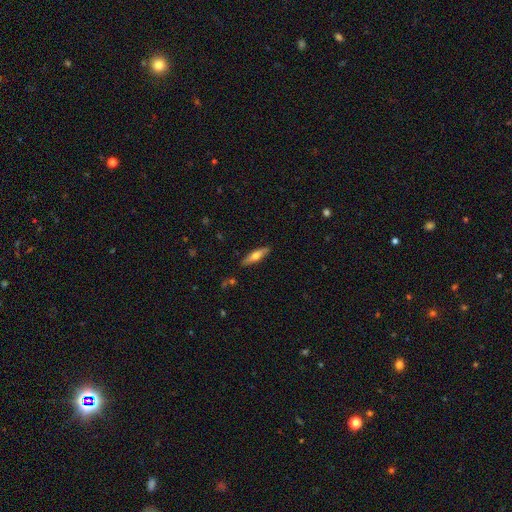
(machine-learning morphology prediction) Smooth or featured? smooth (57%)
How rounded? cigar-shaped (66%)
Merging? none (87%)